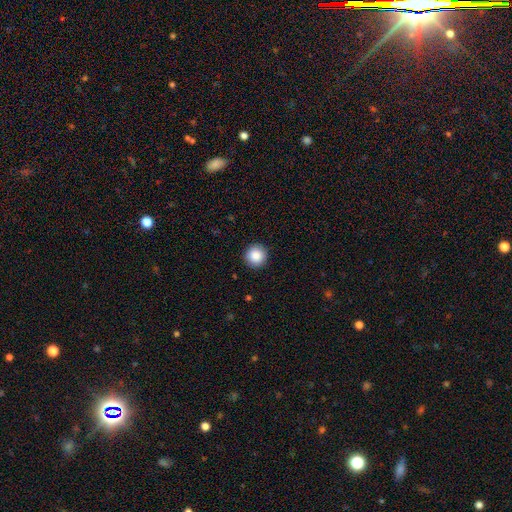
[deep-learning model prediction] smooth_or_featured: smooth (p=0.88) [alt: star or artifact p=0.08]
how_rounded: round (p=0.96) [alt: in between p=0.03]
merging: none (p=0.92) [alt: minor disturbance p=0.05]